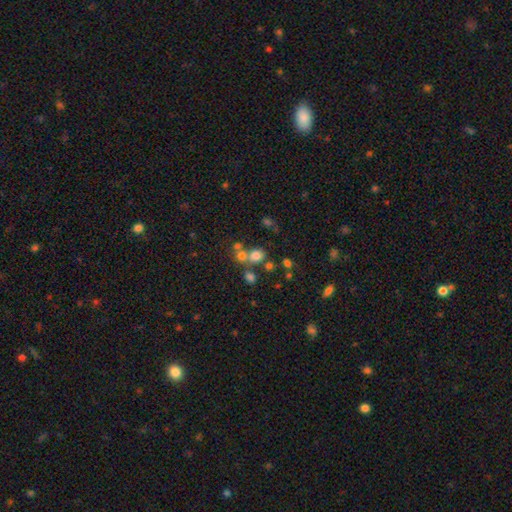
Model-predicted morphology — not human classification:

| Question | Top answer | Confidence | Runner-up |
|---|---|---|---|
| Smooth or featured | smooth | 69% | star or artifact (19%) |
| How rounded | round | 74% | in between (25%) |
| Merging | none | 51% | merger (35%) |